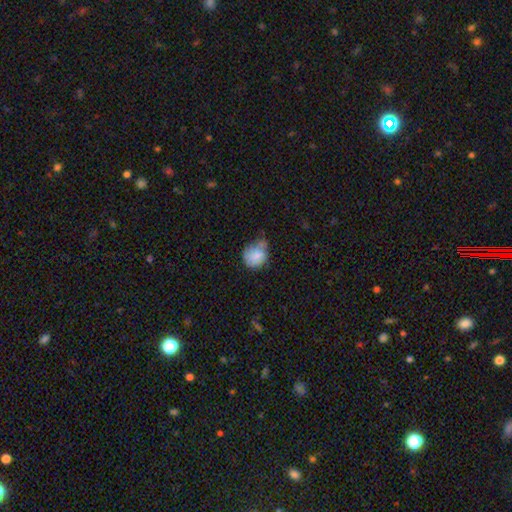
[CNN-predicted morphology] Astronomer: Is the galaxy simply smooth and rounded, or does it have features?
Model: smooth — 78%.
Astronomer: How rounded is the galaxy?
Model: round — 65%.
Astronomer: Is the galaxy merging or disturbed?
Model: minor disturbance — 41% (runner-up: none, 38%).